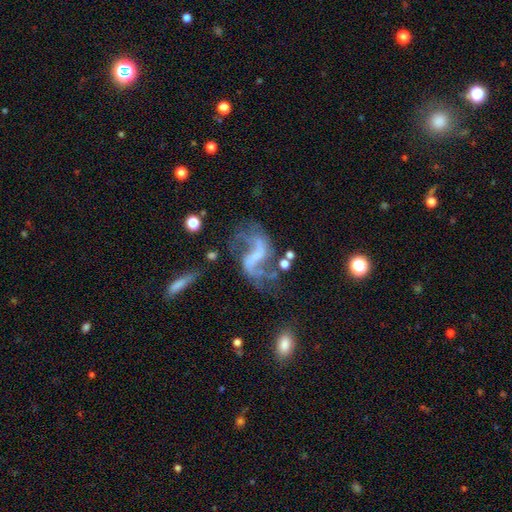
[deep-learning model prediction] smooth-or-featured: featured or disk: 85% | star or artifact: 9% | smooth: 7%
  disk-edge-on: no: 97% | yes: 3%
    bar: weak: 38% | strong: 36% | no: 26%
    has-spiral-arms: yes: 92% | no: 8%
      spiral-winding: loose: 76% | medium: 20% | tight: 4%
      spiral-arm-count: 2: 90% | 1: 3% | can't tell: 3% | 3: 1% | 4: 1% | more than 4: 1%
    bulge-size: none: 62% | small: 23% | moderate: 10% | large: 3% | dominant: 1%
  merging: none: 48% | major disturbance: 24% | minor disturbance: 18% | merger: 11%